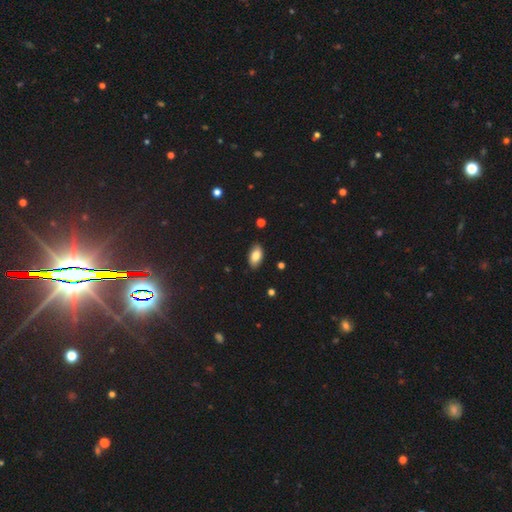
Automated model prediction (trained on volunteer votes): Smooth or featured? smooth (82%)
How rounded? in between (93%)
Merging? none (86%)